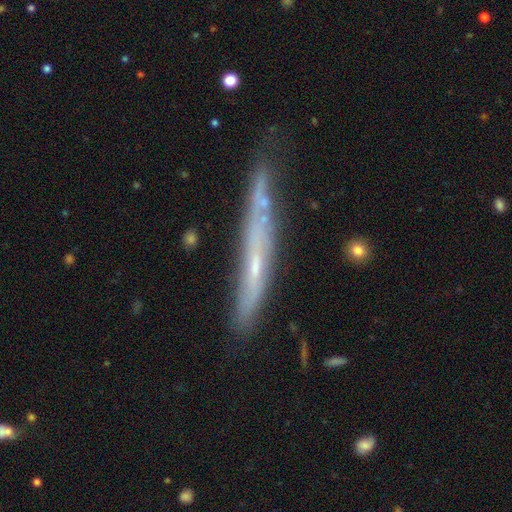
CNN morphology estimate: A featured or disk galaxy (62%) viewed edge-on (85%) with no central bulge (68%). Merging: none (63%).